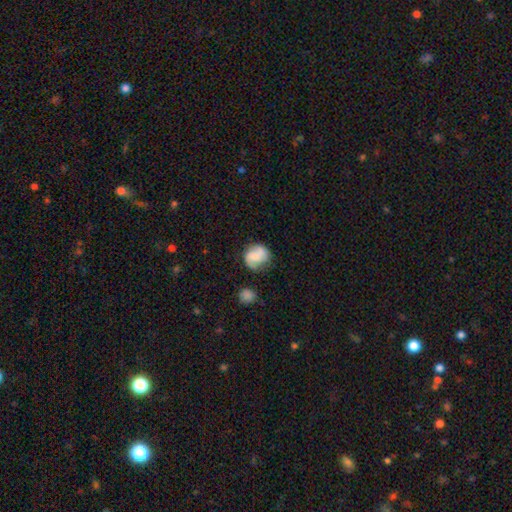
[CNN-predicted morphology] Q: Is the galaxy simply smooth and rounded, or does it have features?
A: smooth — 47%.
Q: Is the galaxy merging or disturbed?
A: none — 66%.